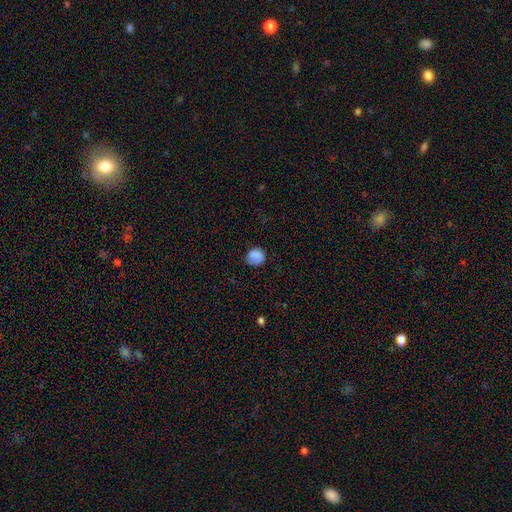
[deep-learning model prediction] Q: Smooth or featured?
A: smooth (82%); runner-up: star or artifact (9%)
Q: How rounded?
A: round (86%); runner-up: in between (14%)
Q: Merging?
A: none (76%); runner-up: minor disturbance (17%)